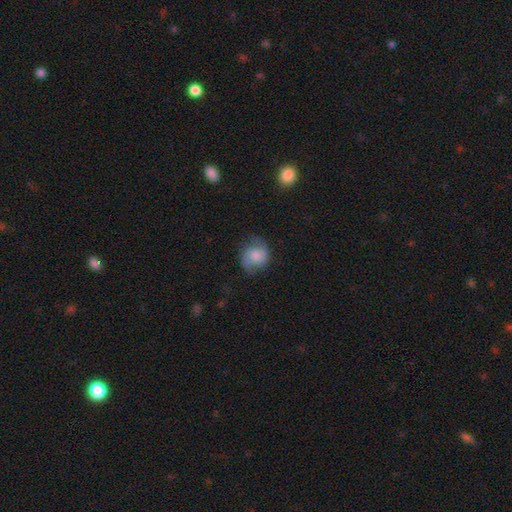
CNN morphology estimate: Smooth or featured?
  - smooth: 56% *
  - featured or disk: 36%
  - star or artifact: 8%
How rounded?
  - round: 71% *
  - in between: 28%
  - cigar-shaped: 1%
Merging?
  - none: 62% *
  - minor disturbance: 25%
  - major disturbance: 12%
  - merger: 1%